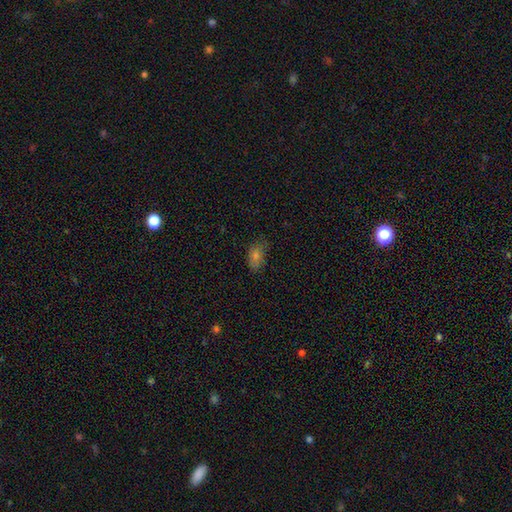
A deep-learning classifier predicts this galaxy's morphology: type=smooth (65%); roundness=in between (83%); merging=none (73%).